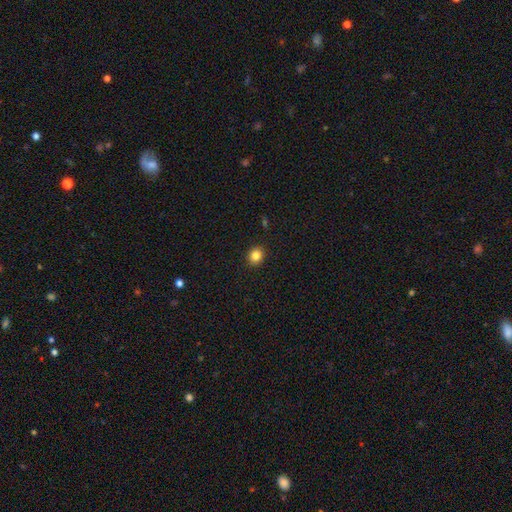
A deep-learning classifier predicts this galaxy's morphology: A smooth galaxy with no disk features (83%) that is round (78%).

Vote fractions:
- Smooth or featured? smooth: 83% / star or artifact: 11% / featured or disk: 6%
- How rounded? round: 78% / in between: 21% / cigar-shaped: 1%
- Merging? none: 91% / minor disturbance: 6% / major disturbance: 2% / merger: 1%